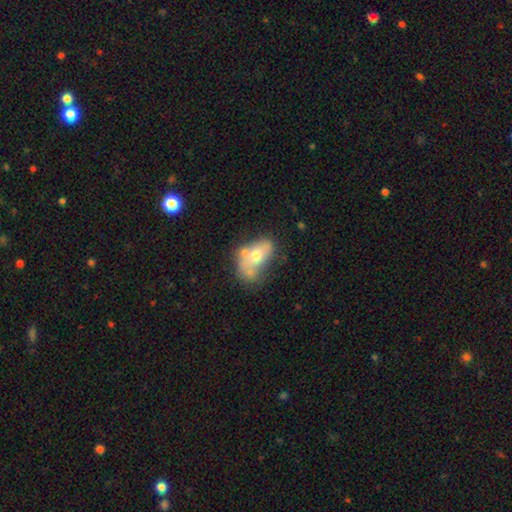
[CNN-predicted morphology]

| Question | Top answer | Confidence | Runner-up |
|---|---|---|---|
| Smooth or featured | smooth | 55% | featured or disk (37%) |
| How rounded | in between | 85% | round (13%) |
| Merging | merger | 41% | none (26%) |